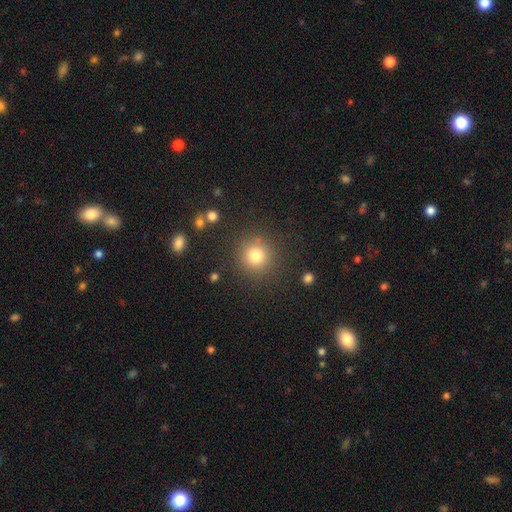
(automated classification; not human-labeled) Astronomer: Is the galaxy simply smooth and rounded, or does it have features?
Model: smooth — 79%.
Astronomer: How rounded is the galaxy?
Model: round — 94%.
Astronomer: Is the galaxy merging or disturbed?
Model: none — 86%.